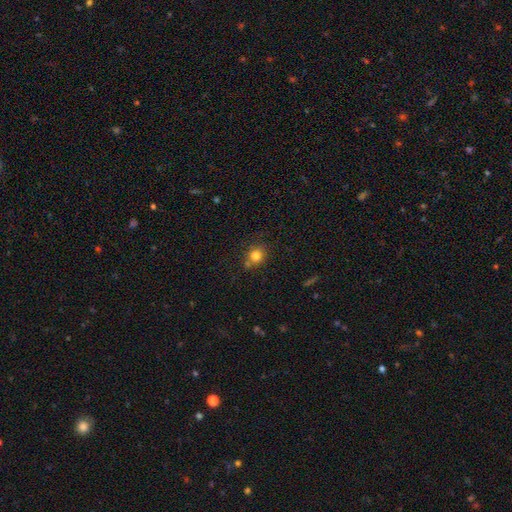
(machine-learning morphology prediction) This is likely a smooth galaxy (80%). How rounded: clearly round (81%). Merging: likely none (69%).